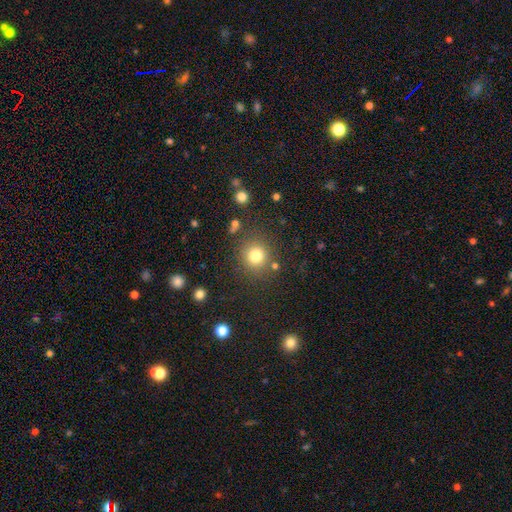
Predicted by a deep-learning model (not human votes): A smooth galaxy with no disk features (80%) that is round (91%). Merging: none (84%).